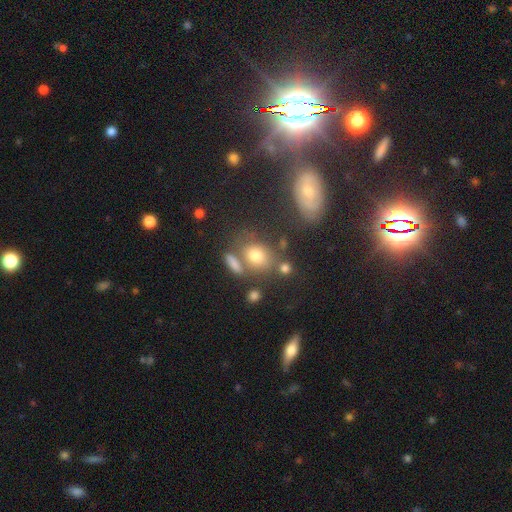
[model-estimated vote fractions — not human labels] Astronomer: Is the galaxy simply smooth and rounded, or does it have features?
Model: smooth — 70%.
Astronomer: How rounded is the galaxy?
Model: in between — 60% (runner-up: round, 37%).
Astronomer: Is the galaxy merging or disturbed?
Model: none — 57%.